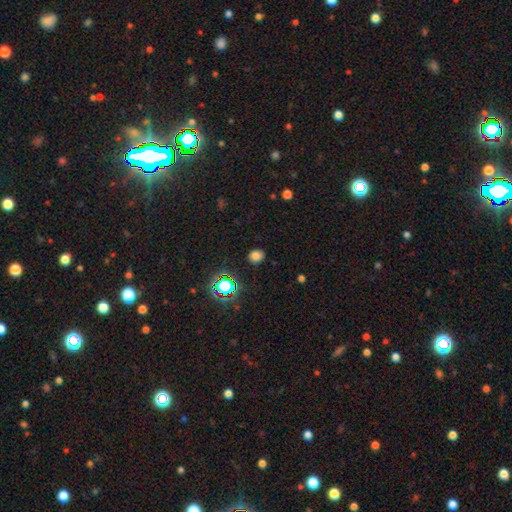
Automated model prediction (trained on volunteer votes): Smooth or featured?
  - smooth: 73% *
  - star or artifact: 21%
  - featured or disk: 6%
How rounded?
  - round: 67% *
  - in between: 32%
  - cigar-shaped: 1%
Merging?
  - none: 87% *
  - minor disturbance: 9%
  - major disturbance: 3%
  - merger: 2%